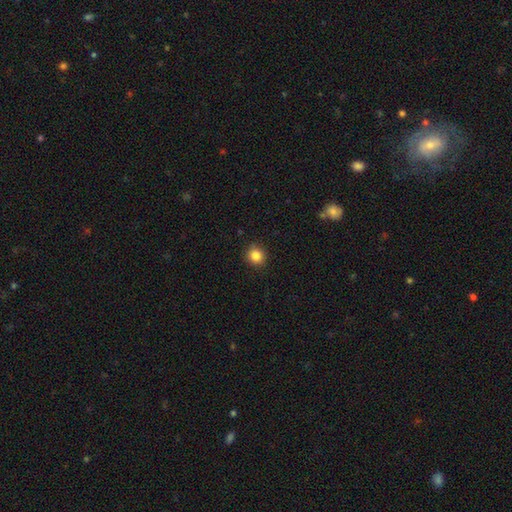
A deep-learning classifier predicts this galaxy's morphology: Smooth or featured?
  - smooth: 85% *
  - star or artifact: 10%
  - featured or disk: 4%
How rounded?
  - round: 88% *
  - in between: 11%
  - cigar-shaped: 1%
Merging?
  - none: 91% *
  - minor disturbance: 6%
  - major disturbance: 2%
  - merger: 1%